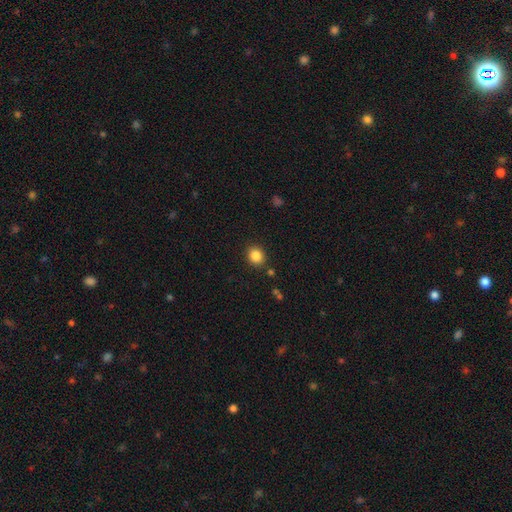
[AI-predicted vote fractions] Overall: smooth (85%). How rounded: round (72%). Merging: none (87%).